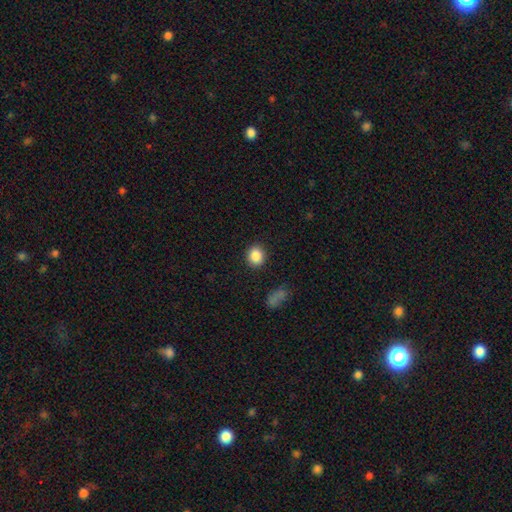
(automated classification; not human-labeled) Morphology: type=smooth (87%); roundness=round (76%); merging=none (90%).